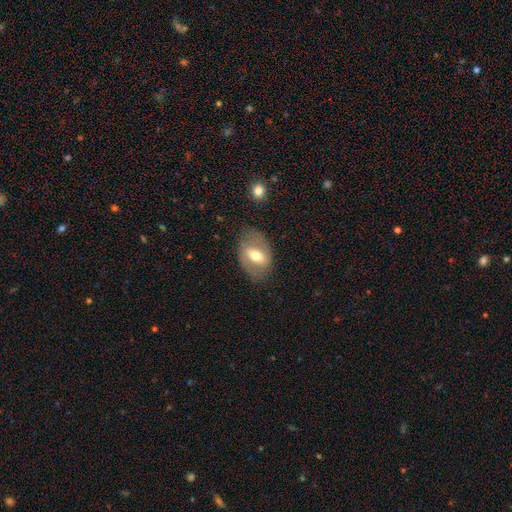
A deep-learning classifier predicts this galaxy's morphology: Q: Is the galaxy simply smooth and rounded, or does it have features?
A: featured or disk — 52%.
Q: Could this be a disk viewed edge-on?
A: no — 91%.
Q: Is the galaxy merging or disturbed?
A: none — 70%.